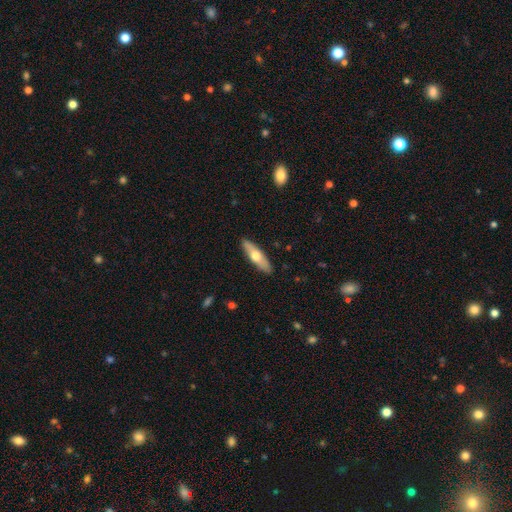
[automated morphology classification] smooth-or-featured: smooth: 54% | featured or disk: 41% | star or artifact: 5%
  how-rounded: cigar-shaped: 62% | in between: 36% | round: 2%
  merging: none: 88% | minor disturbance: 9% | major disturbance: 2% | merger: 1%